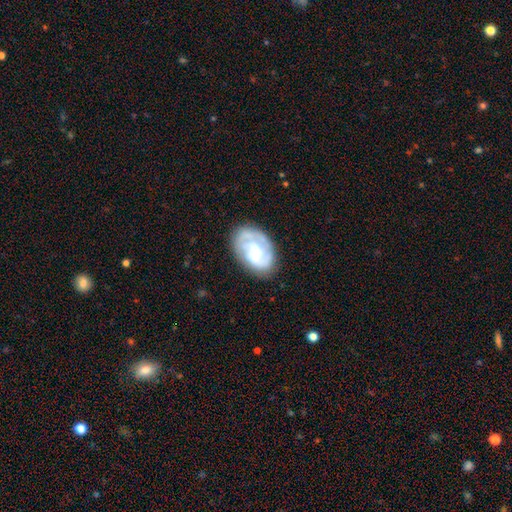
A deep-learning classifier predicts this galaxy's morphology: smooth-or-featured: featured or disk: 71% | smooth: 23% | star or artifact: 6%
  disk-edge-on: no: 97% | yes: 3%
    bar: no: 62% | weak: 32% | strong: 5%
    has-spiral-arms: yes: 86% | no: 14%
      spiral-winding: tight: 49% | medium: 37% | loose: 14%
      spiral-arm-count: 2: 36% | can't tell: 28% | 1: 16% | 3: 14% | 4: 3% | more than 4: 2%
    bulge-size: small: 51% | moderate: 39% | none: 6% | large: 4% | dominant: 1%
  merging: none: 65% | minor disturbance: 22% | major disturbance: 11% | merger: 2%